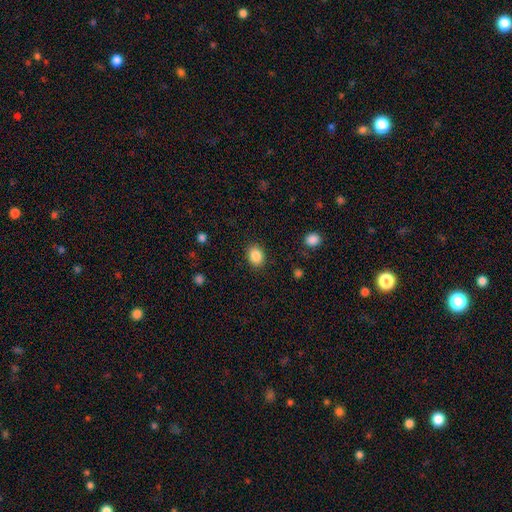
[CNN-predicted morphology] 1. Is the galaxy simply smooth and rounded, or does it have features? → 87% smooth, 9% star or artifact, 4% featured or disk.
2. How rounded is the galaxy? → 56% in between, 43% round, 1% cigar-shaped.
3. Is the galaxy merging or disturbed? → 88% none, 8% minor disturbance, 3% major disturbance, 1% merger.